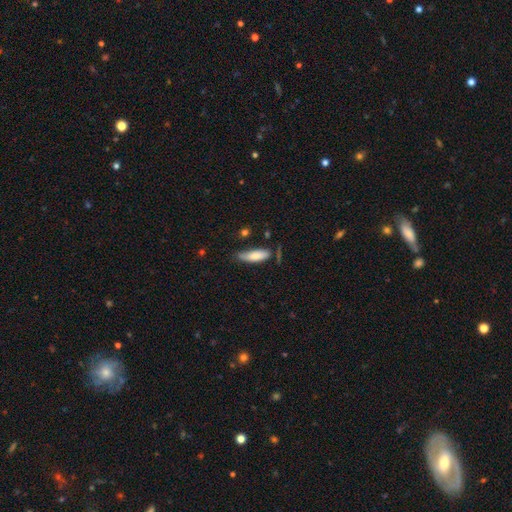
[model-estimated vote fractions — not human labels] Q: Smooth or featured?
A: smooth (78%); runner-up: featured or disk (16%)
Q: How rounded?
A: in between (50%); runner-up: cigar-shaped (48%)
Q: Merging?
A: none (58%); runner-up: minor disturbance (29%)